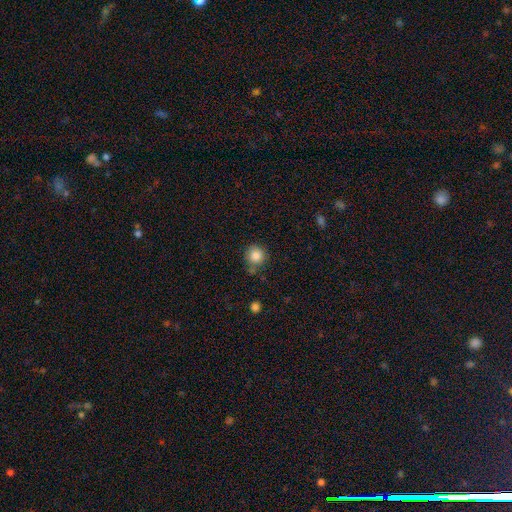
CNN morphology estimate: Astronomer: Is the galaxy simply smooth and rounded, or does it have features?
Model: smooth — 85%.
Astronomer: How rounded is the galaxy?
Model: round — 93%.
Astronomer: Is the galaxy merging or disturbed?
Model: none — 77%.